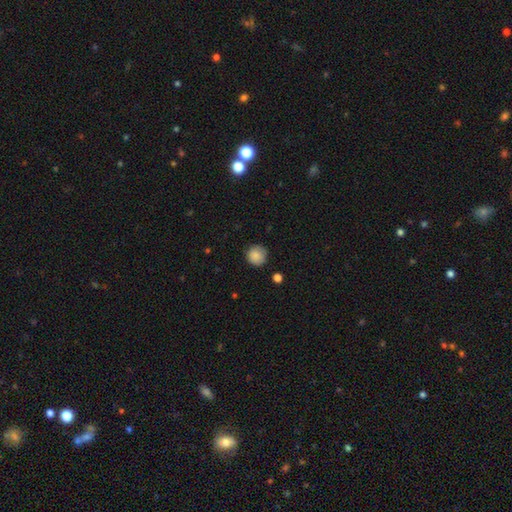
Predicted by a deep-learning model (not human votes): smooth_or_featured: smooth (p=0.86) [alt: star or artifact p=0.08]
how_rounded: round (p=0.94) [alt: in between p=0.05]
merging: none (p=0.85) [alt: minor disturbance p=0.11]